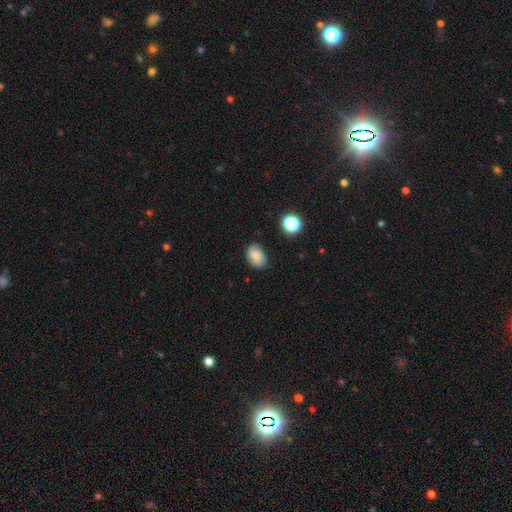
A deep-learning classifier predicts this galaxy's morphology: Smooth or featured?
  - smooth: 79% *
  - featured or disk: 11%
  - star or artifact: 10%
How rounded?
  - in between: 77% *
  - round: 22%
  - cigar-shaped: 1%
Merging?
  - none: 80% *
  - minor disturbance: 16%
  - major disturbance: 3%
  - merger: 2%